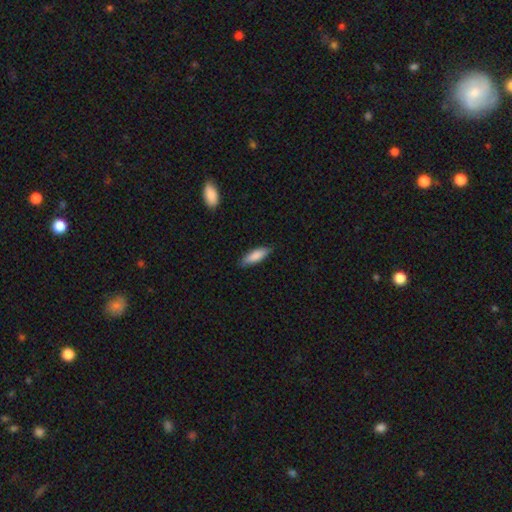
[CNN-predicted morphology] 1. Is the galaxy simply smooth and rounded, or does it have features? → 84% smooth, 10% featured or disk, 6% star or artifact.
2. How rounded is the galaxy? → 52% in between, 46% cigar-shaped, 2% round.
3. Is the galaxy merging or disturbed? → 84% none, 12% minor disturbance, 2% major disturbance, 1% merger.